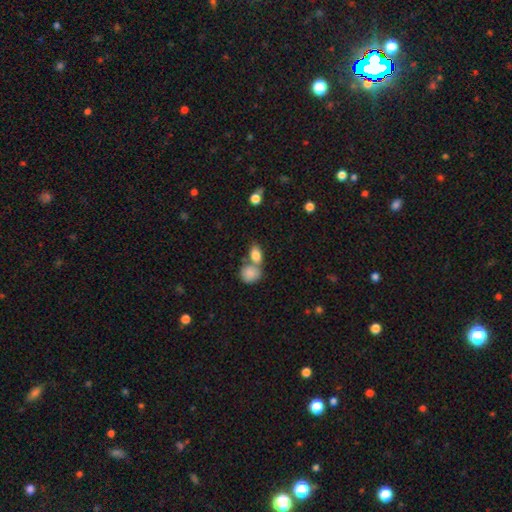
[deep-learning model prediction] This appears to be a smooth galaxy with no disk features (84%) that is in between round and cigar-shaped (77%). Merging: merger (47%).